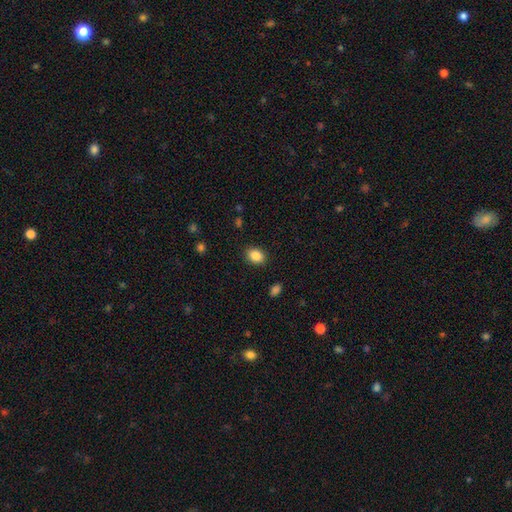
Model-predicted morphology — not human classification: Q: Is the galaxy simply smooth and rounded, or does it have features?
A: smooth — 87%.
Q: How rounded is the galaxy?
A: in between — 68%.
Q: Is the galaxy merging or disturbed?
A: none — 89%.